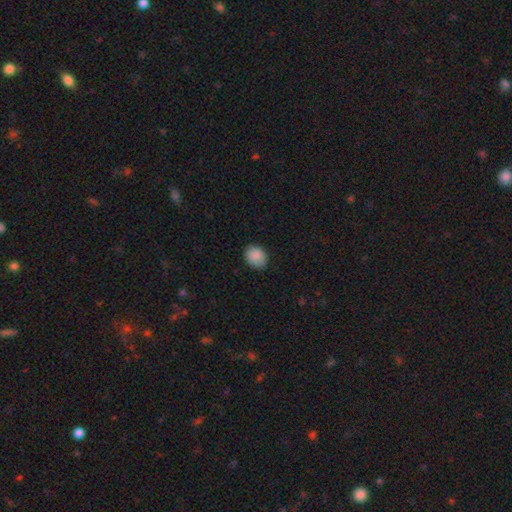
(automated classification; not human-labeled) Smooth or featured? smooth (88%)
How rounded? round (50%)
Merging? none (82%)